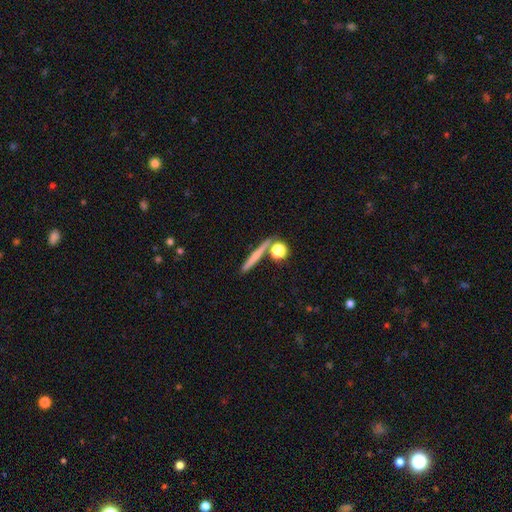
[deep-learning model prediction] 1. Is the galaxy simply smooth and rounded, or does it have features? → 60% smooth, 30% featured or disk, 10% star or artifact.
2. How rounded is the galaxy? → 75% cigar-shaped, 17% round, 8% in between.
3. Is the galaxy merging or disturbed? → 80% none, 9% merger, 8% minor disturbance, 3% major disturbance.